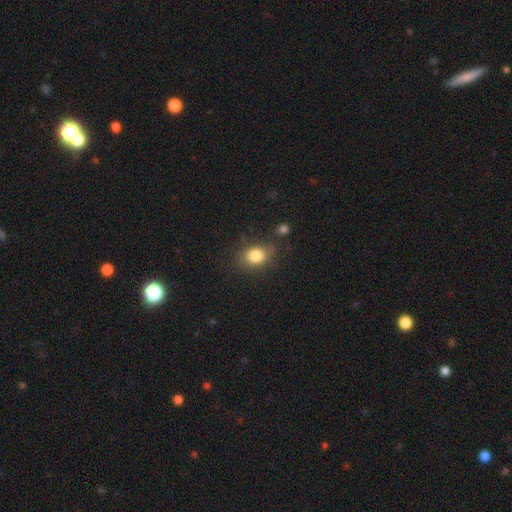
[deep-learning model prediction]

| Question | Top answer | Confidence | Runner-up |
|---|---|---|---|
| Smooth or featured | smooth | 82% | star or artifact (10%) |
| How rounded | in between | 63% | round (35%) |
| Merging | none | 71% | minor disturbance (19%) |